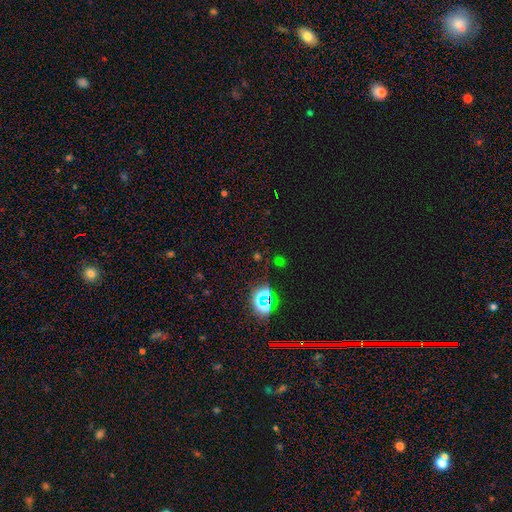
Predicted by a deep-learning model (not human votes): Smooth or featured: star or artifact — 75% (smooth — 18%)